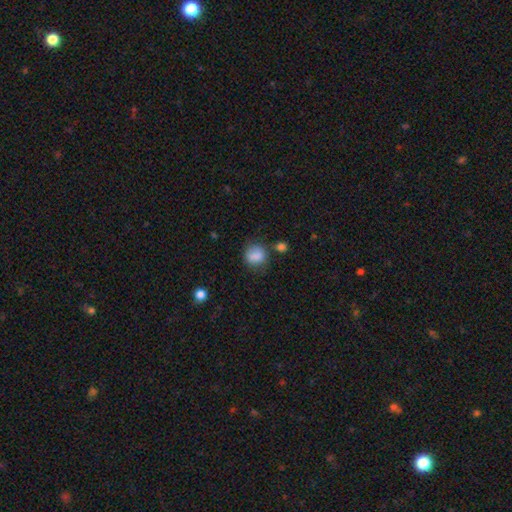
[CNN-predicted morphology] This appears to be a smooth galaxy with no disk features (83%) that is round (68%). Merging: none (65%).